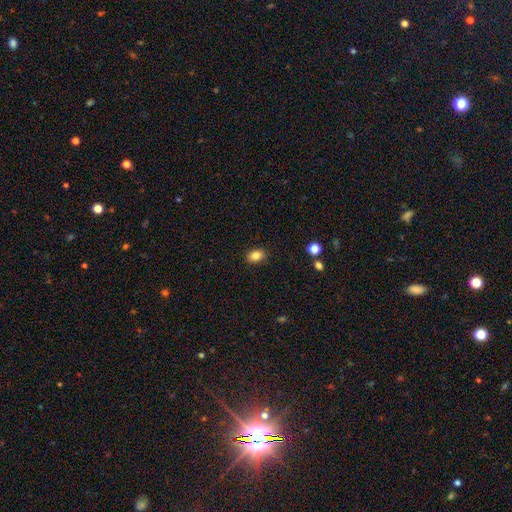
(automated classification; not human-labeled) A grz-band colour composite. It shows a smooth galaxy with no disk features (84%) that is in between round and cigar-shaped (74%). Merging: none (87%).